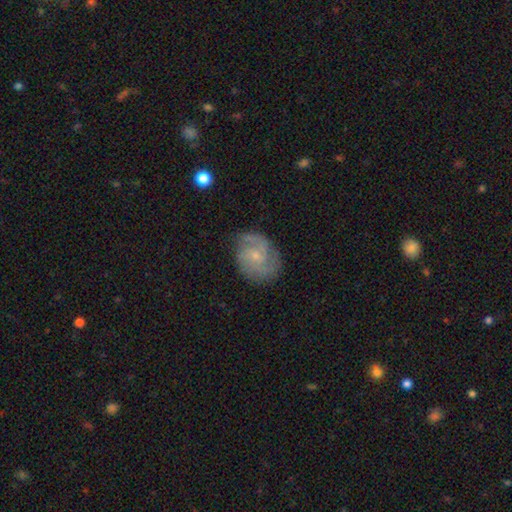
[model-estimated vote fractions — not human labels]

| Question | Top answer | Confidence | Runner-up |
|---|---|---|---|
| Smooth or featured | featured or disk | 74% | smooth (19%) |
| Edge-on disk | no | 98% | yes (2%) |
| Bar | no | 62% | weak (33%) |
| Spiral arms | yes | 92% | no (8%) |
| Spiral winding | medium | 46% | tight (37%) |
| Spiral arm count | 2 | 47% | can't tell (21%) |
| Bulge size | small | 74% | moderate (20%) |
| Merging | none | 72% | minor disturbance (20%) |